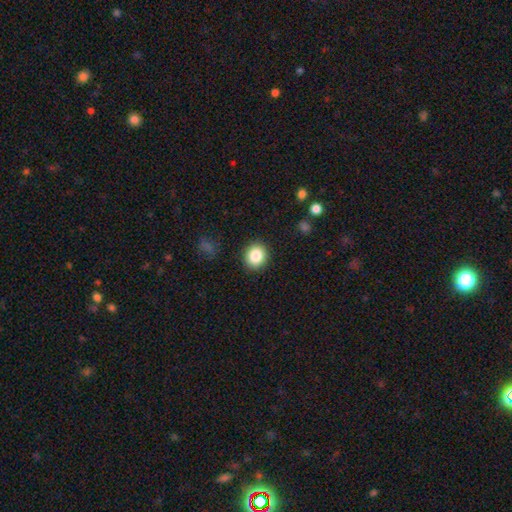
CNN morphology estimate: A smooth galaxy with no disk features (85%) that is round (76%). Merging: none (90%).